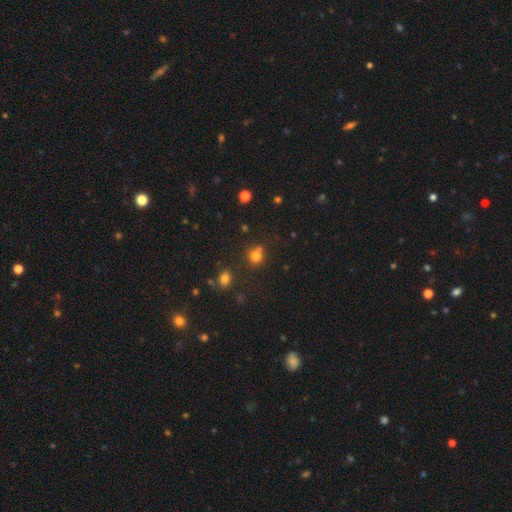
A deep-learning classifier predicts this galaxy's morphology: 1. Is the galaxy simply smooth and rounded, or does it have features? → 76% smooth, 16% star or artifact, 7% featured or disk.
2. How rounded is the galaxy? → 83% round, 16% in between, 1% cigar-shaped.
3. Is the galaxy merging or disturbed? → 60% none, 22% merger, 13% minor disturbance, 5% major disturbance.